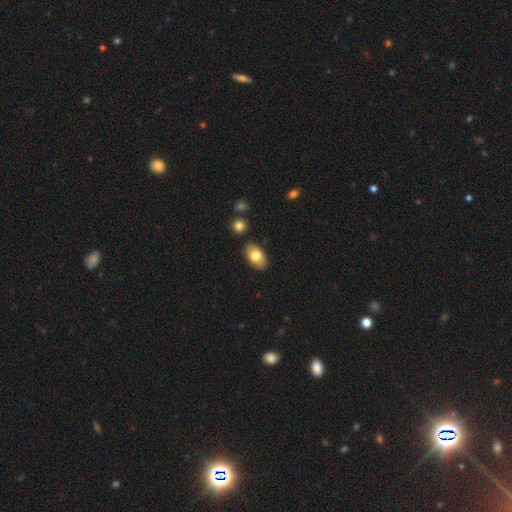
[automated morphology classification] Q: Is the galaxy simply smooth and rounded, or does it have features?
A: smooth — 76%.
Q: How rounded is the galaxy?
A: in between — 92%.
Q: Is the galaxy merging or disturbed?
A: none — 85%.